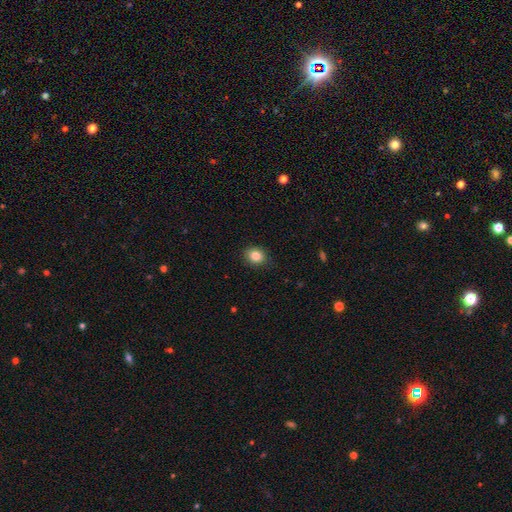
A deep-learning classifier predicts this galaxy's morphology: type=smooth (85%); roundness=round (60%); merging=none (87%).